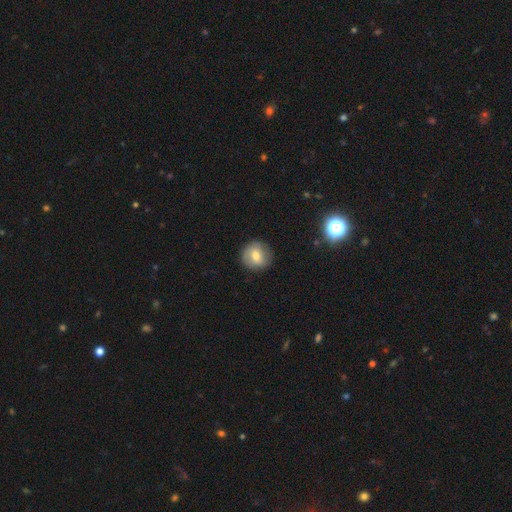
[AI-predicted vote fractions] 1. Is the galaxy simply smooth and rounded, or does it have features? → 65% smooth, 26% featured or disk, 9% star or artifact.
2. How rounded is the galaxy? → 91% round, 8% in between, 1% cigar-shaped.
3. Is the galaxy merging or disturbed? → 86% none, 10% minor disturbance, 3% major disturbance, 1% merger.